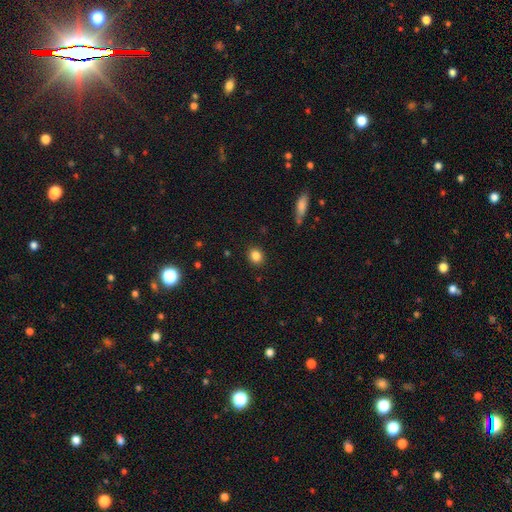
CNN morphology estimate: The model was most divided on "how rounded": round: 69%, in between: 29%, cigar-shaped: 1%. More confident: merging — none (90%); smooth or featured — smooth (85%).